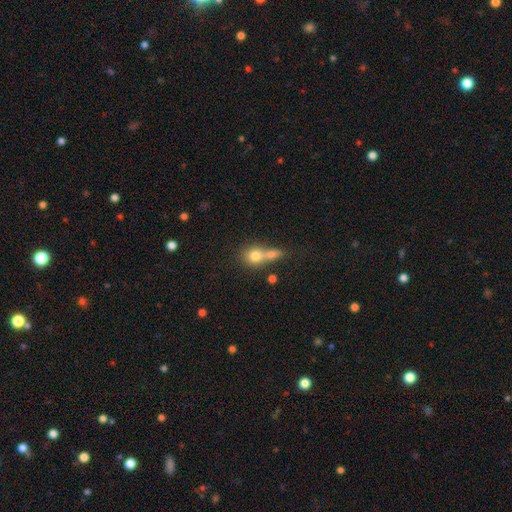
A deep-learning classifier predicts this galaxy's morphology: This is likely a smooth galaxy (74%). How rounded: likely round (68%). Merging: possibly merger (56%).